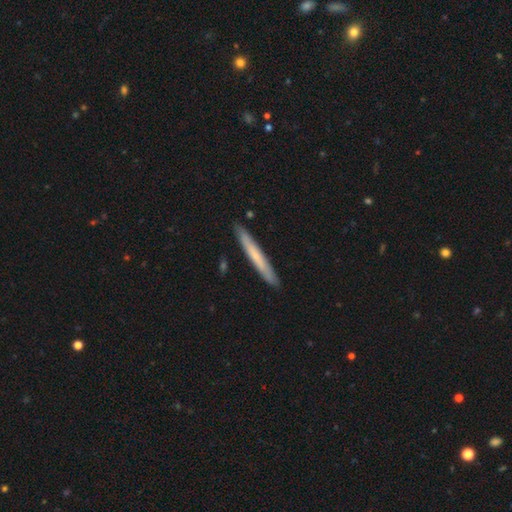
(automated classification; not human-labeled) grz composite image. It shows a smooth galaxy with no disk features (57%) that is cigar-shaped (97%). Merging: none (90%).